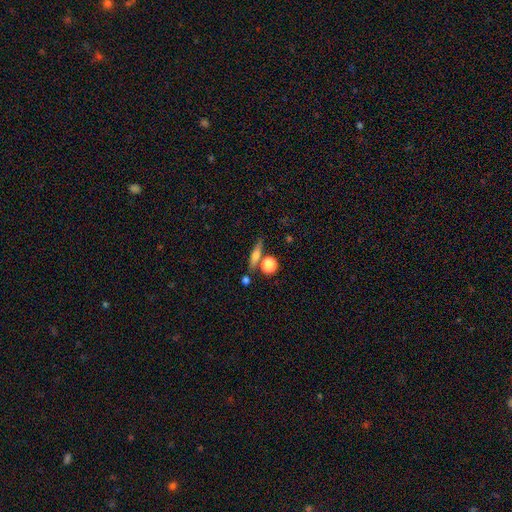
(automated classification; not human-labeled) smooth 53%, featured or disk 36%, star or artifact 10%. Down the decision tree: how rounded — cigar-shaped (56%); merging — none (73%).